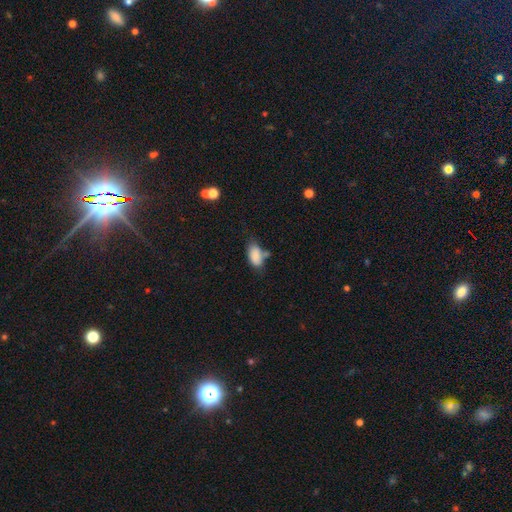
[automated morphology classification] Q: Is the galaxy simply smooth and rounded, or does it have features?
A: smooth — 85%.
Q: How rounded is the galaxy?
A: in between — 92%.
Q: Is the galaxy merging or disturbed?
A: none — 49%.